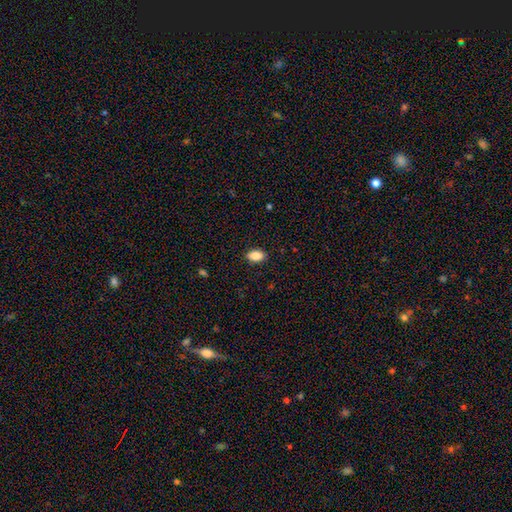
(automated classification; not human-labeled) This appears to be a smooth galaxy with no disk features (87%) that is in between round and cigar-shaped (89%). Merging: none (88%).